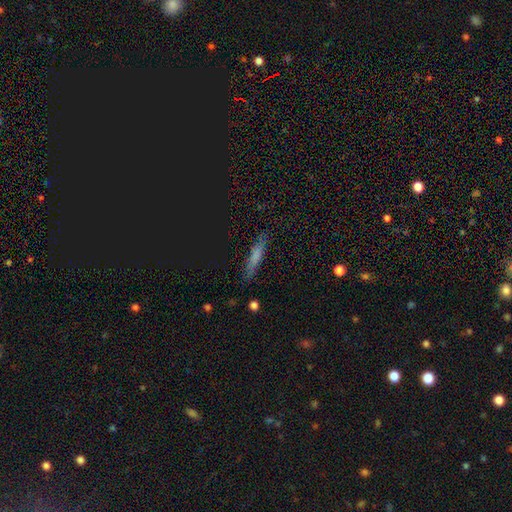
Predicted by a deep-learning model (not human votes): Overall: smooth (62%; featured or disk 24%). How rounded: cigar-shaped (84%). Merging: none (82%).